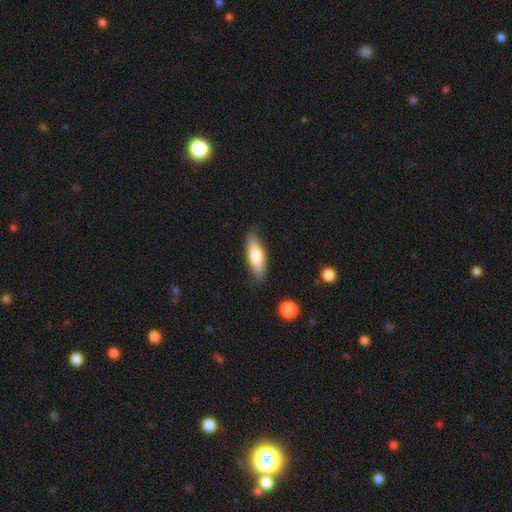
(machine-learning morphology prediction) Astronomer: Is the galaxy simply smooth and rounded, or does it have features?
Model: smooth — 75%.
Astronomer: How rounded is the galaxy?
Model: in between — 53% (runner-up: cigar-shaped, 45%).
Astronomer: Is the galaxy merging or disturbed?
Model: none — 85%.